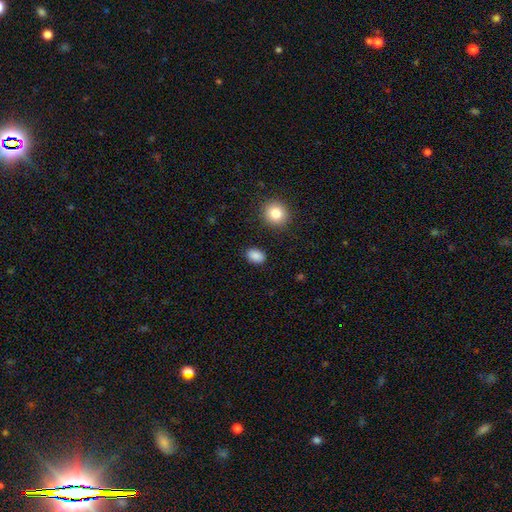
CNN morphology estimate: A smooth galaxy with no disk features (88%) that is in between round and cigar-shaped (72%). Merging: none (86%).